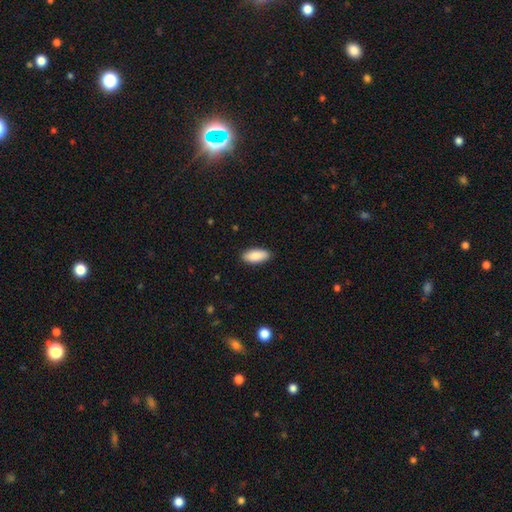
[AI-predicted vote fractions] Q: Smooth or featured?
A: smooth (88%); runner-up: featured or disk (6%)
Q: How rounded?
A: in between (86%); runner-up: cigar-shaped (12%)
Q: Merging?
A: none (89%); runner-up: minor disturbance (8%)